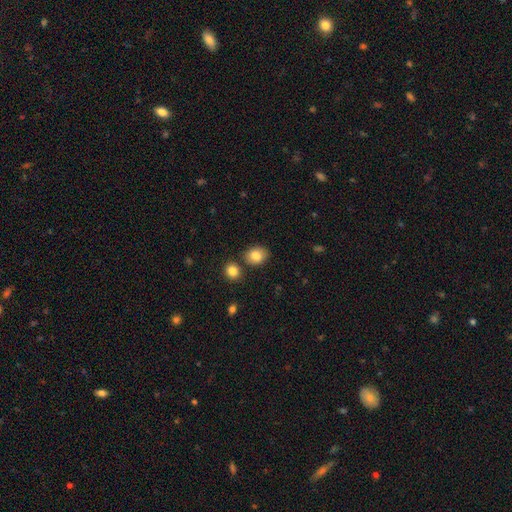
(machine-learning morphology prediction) smooth-or-featured: smooth: 85% | star or artifact: 9% | featured or disk: 6%
  how-rounded: in between: 51% | round: 48% | cigar-shaped: 1%
  merging: none: 78% | minor disturbance: 11% | merger: 9% | major disturbance: 3%